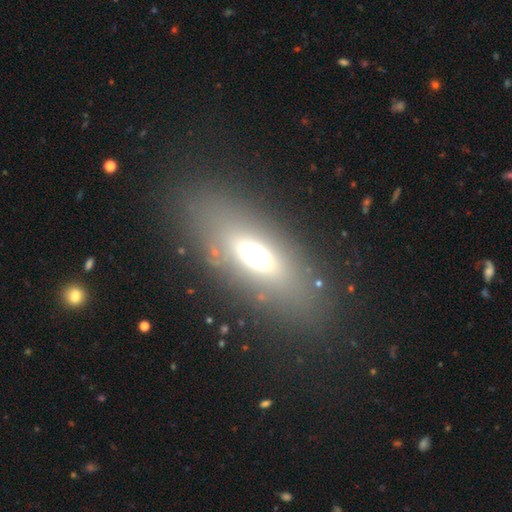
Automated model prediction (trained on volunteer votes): smooth 55%, featured or disk 28%, star or artifact 17%. Down the decision tree: how rounded — in between (77%); merging — none (80%).